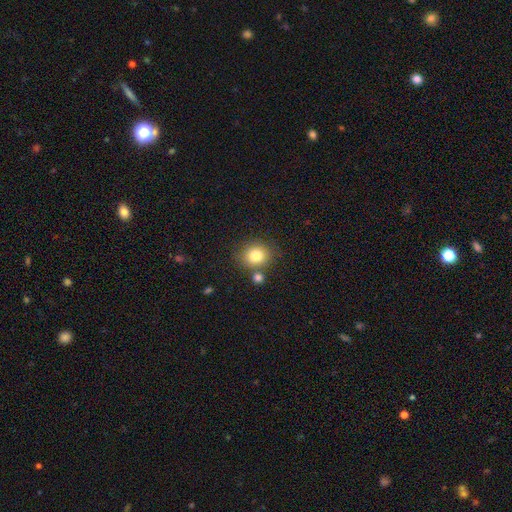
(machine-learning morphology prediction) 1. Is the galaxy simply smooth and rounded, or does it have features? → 80% smooth, 11% star or artifact, 9% featured or disk.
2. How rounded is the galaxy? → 78% round, 21% in between, 1% cigar-shaped.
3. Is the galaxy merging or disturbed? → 71% none, 14% merger, 11% minor disturbance, 4% major disturbance.